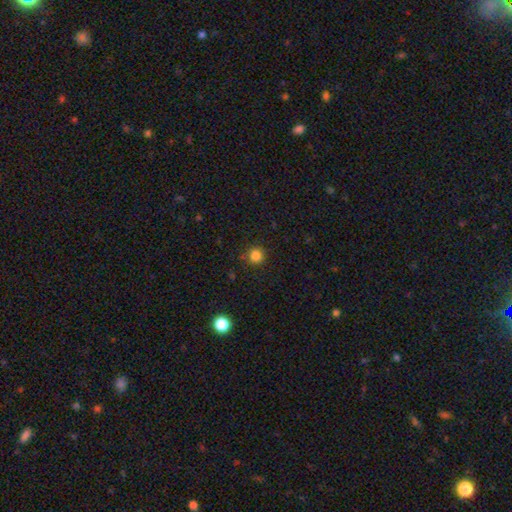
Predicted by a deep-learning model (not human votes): Overall: smooth (83%). How rounded: round (95%). Merging: none (88%).